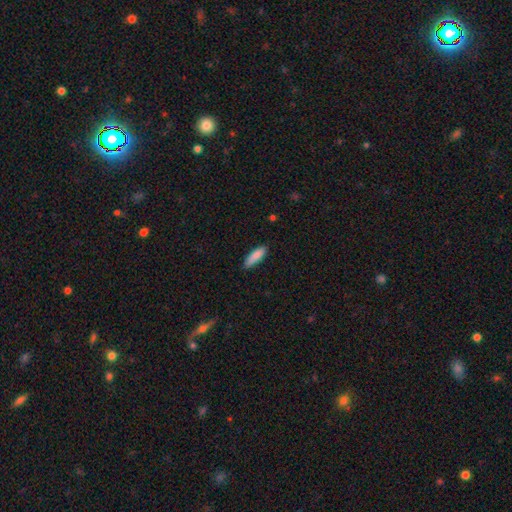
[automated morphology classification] Smooth or featured? smooth (86%)
How rounded? cigar-shaped (52%)
Merging? none (78%)